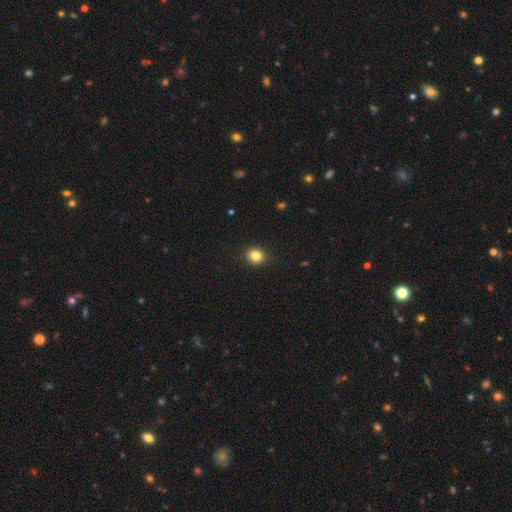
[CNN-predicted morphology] smooth_or_featured: smooth (p=0.84) [alt: star or artifact p=0.11]
how_rounded: round (p=0.72) [alt: in between p=0.27]
merging: none (p=0.92) [alt: minor disturbance p=0.06]